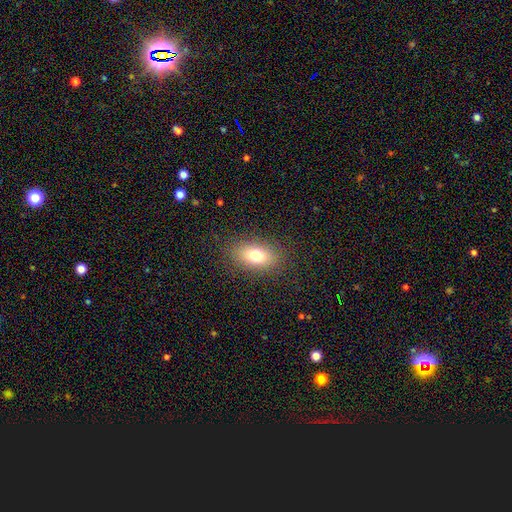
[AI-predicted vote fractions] Morphology: type=smooth (76%); roundness=in between (86%); merging=none (86%).